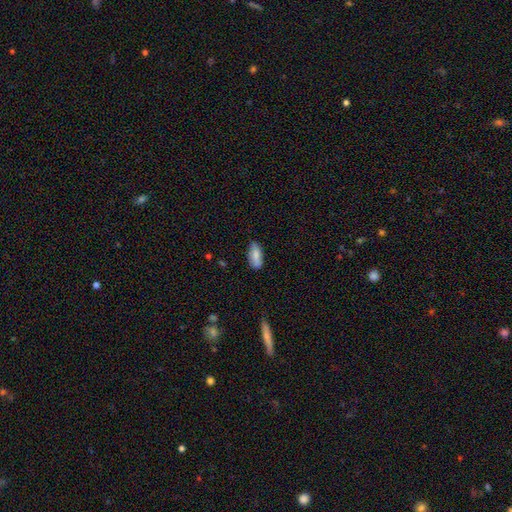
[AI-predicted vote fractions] Smooth or featured: smooth — 80% (featured or disk — 13%)
How rounded: in between — 85% (cigar-shaped — 12%)
Merging: none — 72% (minor disturbance — 23%)